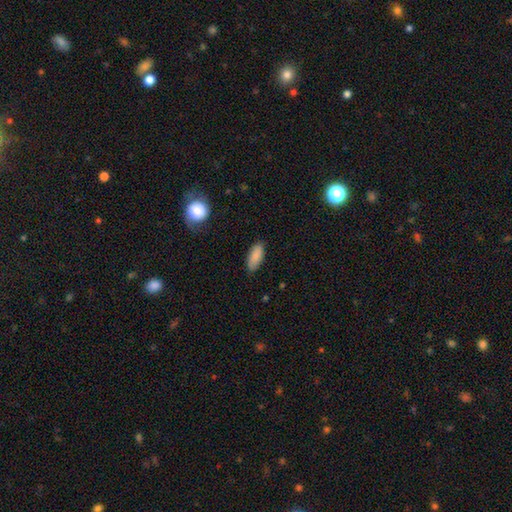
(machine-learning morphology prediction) A smooth galaxy with no disk features (87%) that is in between round and cigar-shaped (83%). Merging: none (84%).